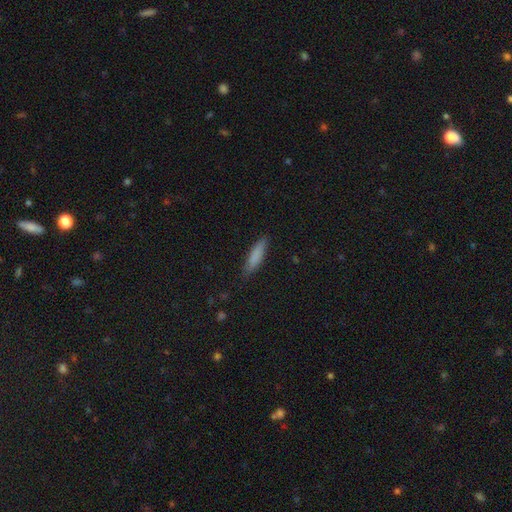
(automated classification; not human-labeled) This is clearly a smooth galaxy (82%). How rounded: likely cigar-shaped (79%). Merging: clearly none (85%).